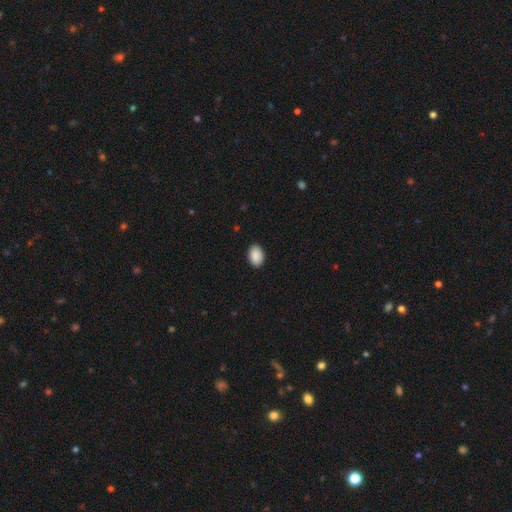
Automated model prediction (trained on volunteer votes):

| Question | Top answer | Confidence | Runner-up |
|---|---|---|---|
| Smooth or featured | smooth | 91% | star or artifact (7%) |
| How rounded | in between | 85% | round (14%) |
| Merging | none | 90% | minor disturbance (8%) |